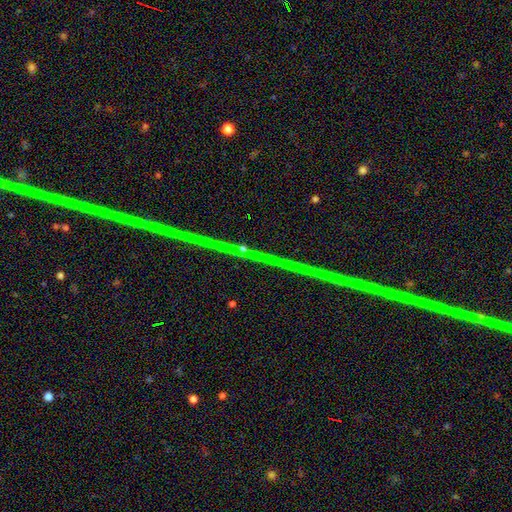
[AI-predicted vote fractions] star or artifact 90%, featured or disk 6%, smooth 4%.